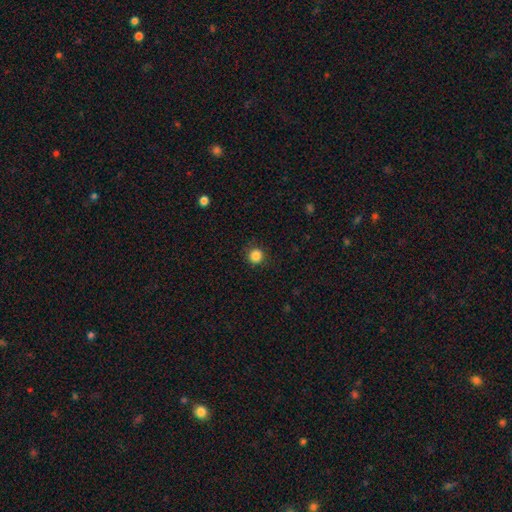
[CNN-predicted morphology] type=smooth (86%); roundness=round (94%); merging=none (89%).